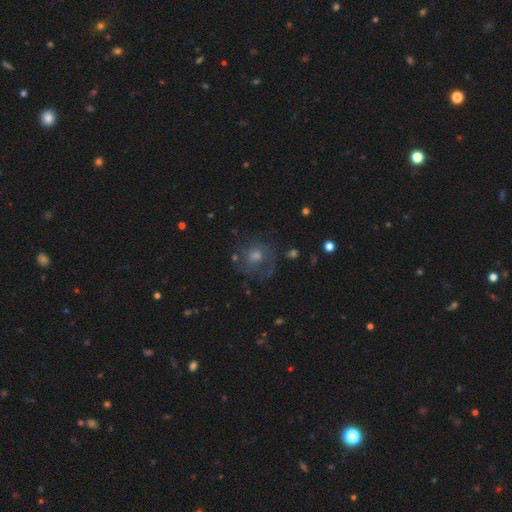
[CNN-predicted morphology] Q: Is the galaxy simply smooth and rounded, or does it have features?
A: featured or disk — 43%.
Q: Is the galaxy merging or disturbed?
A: none — 64%.